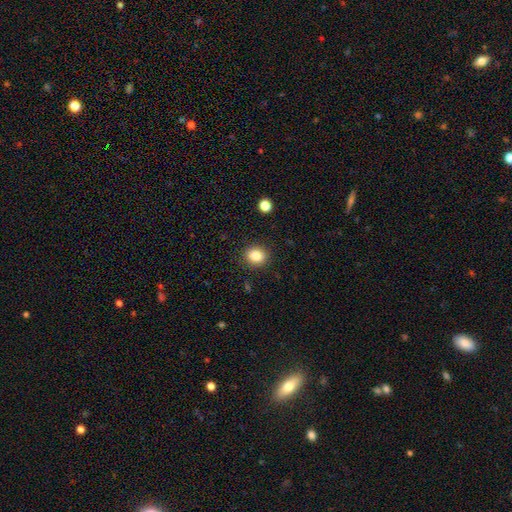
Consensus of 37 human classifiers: Smooth or featured: smooth — 89% (featured or disk — 5%)
How rounded: round — 85% (in between — 15%)
Merging: none — 94% (minor disturbance — 6%)